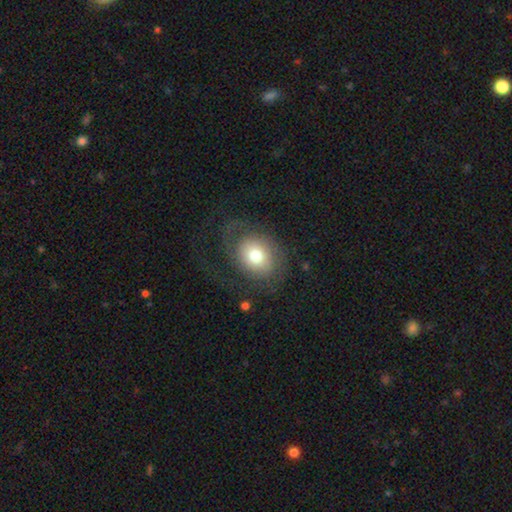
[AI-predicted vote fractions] Overall: smooth (57%; featured or disk 34%). How rounded: in between (53%; round 46%). Merging: none (60%; major disturbance 22%).